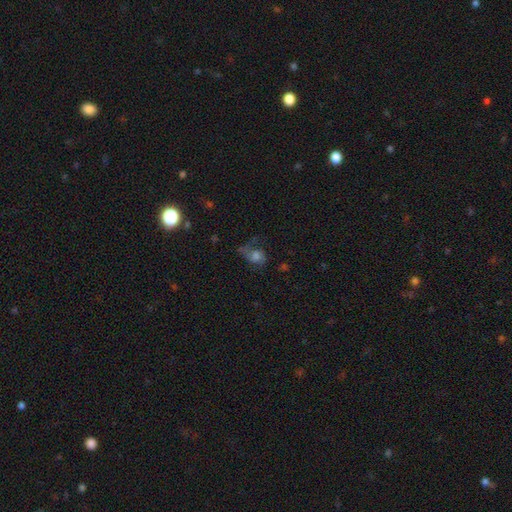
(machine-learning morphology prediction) The model was most divided on "merging": none: 43%, major disturbance: 33%, minor disturbance: 21%, merger: 3%. Remaining: smooth or featured — featured or disk (48%).